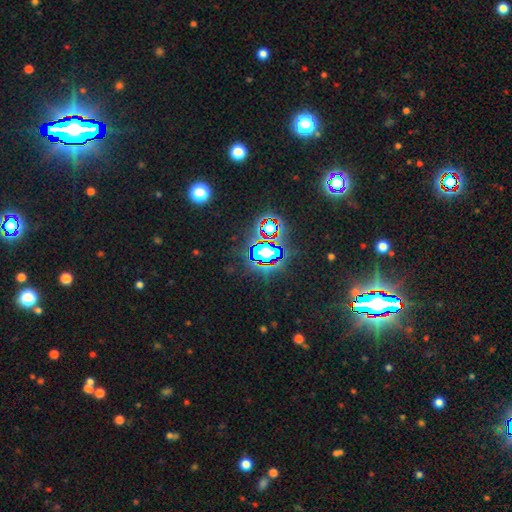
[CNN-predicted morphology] Q: Smooth or featured?
A: star or artifact (82%); runner-up: smooth (10%)